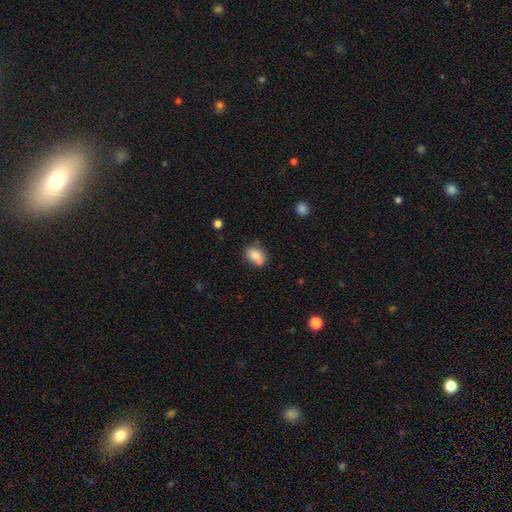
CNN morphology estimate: This appears to be a smooth galaxy with no disk features (81%) that is in between round and cigar-shaped (69%). Merging: none (54%).